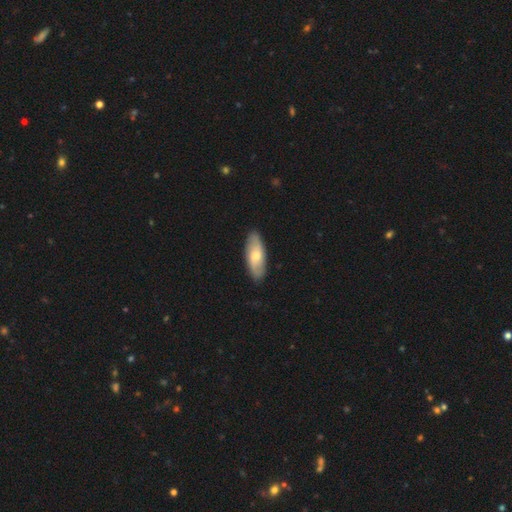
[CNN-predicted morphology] smooth 57%, featured or disk 37%, star or artifact 5%. Down the decision tree: how rounded — in between (77%); merging — none (88%).